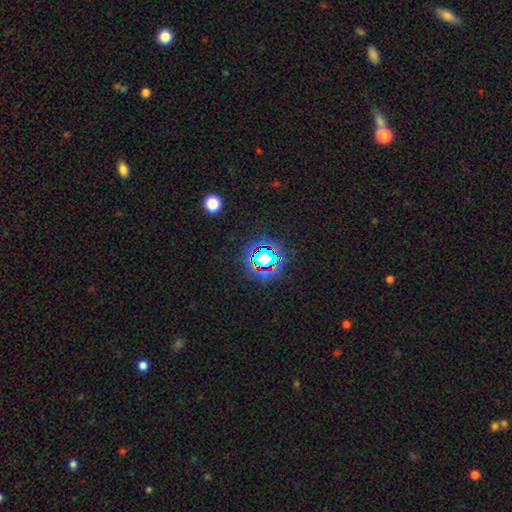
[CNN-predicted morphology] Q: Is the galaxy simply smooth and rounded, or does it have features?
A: star or artifact — 76%.